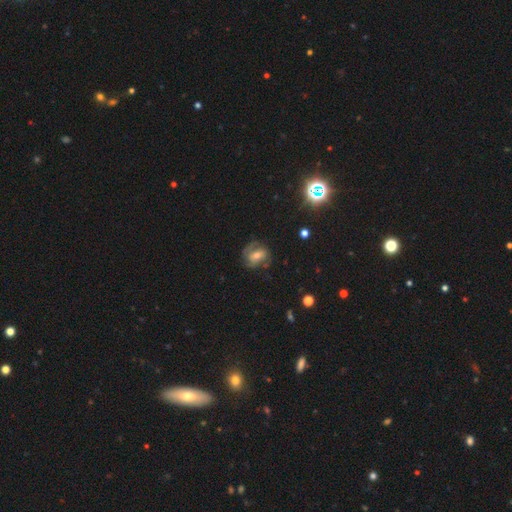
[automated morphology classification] Smooth or featured: featured or disk — 59% (smooth — 29%)
Edge-on disk: no — 96% (yes — 4%)
Bar: no — 44% (weak — 37%)
Spiral arms: yes — 79% (no — 21%)
Bulge size: moderate — 60% (small — 31%)
Merging: none — 64% (minor disturbance — 21%)